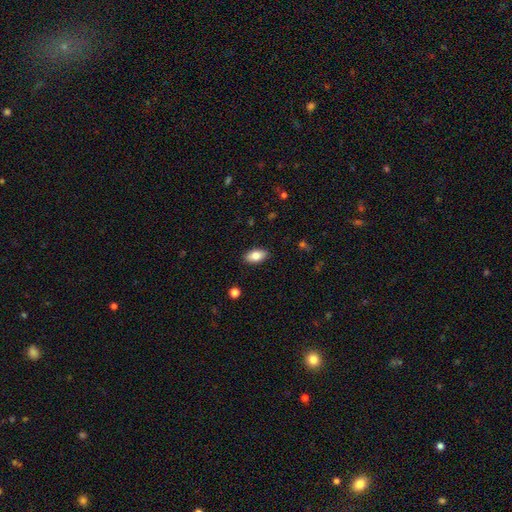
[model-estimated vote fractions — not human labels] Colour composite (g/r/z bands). It shows a smooth galaxy with no disk features (82%) that is in between round and cigar-shaped (91%). Merging: none (89%).